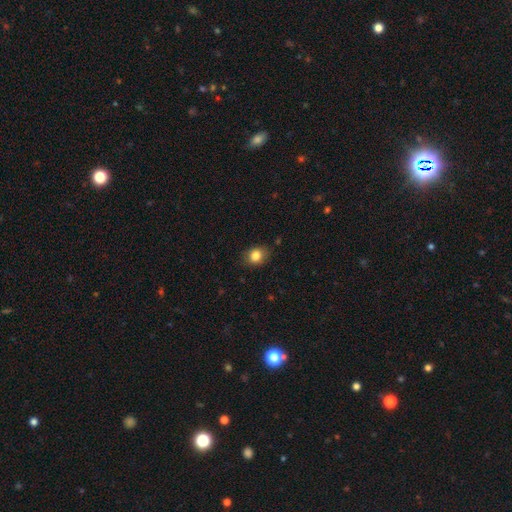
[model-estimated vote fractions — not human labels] Smooth or featured? smooth (84%)
How rounded? round (54%)
Merging? none (81%)